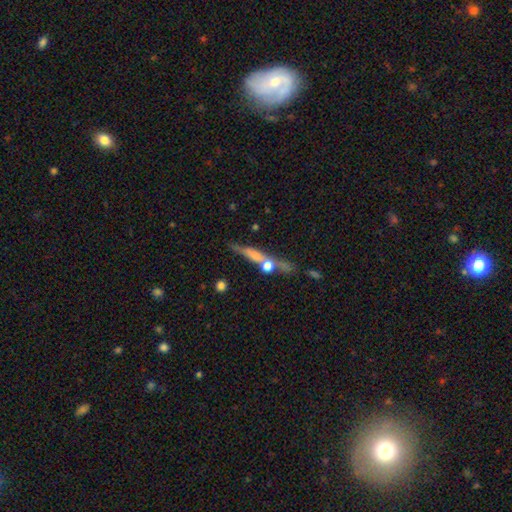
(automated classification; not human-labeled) featured or disk 50%, smooth 39%, star or artifact 10%. Down the decision tree: edge-on disk — yes (86%); merging — none (53%).